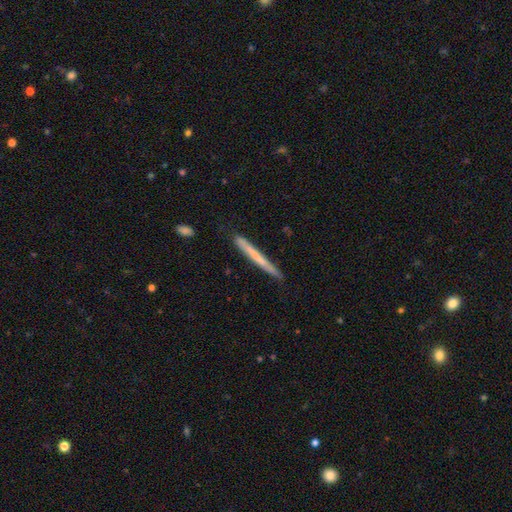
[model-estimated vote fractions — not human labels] Smooth or featured?
  - smooth: 57% *
  - featured or disk: 38%
  - star or artifact: 5%
How rounded?
  - cigar-shaped: 97% *
  - in between: 2%
  - round: 1%
Merging?
  - none: 84% *
  - minor disturbance: 13%
  - major disturbance: 2%
  - merger: 2%